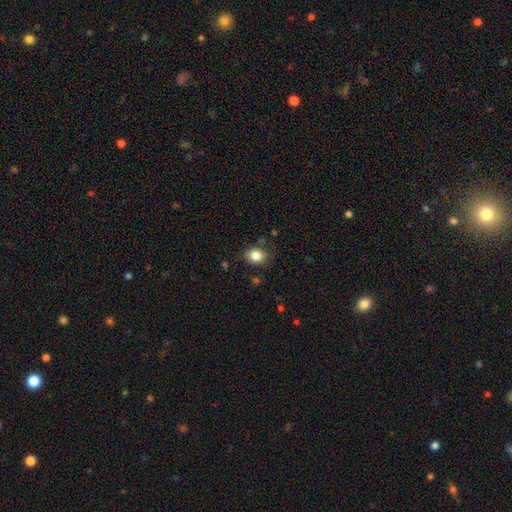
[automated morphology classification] smooth_or_featured: smooth (p=0.84) [alt: star or artifact p=0.10]
how_rounded: round (p=0.58) [alt: in between p=0.41]
merging: none (p=0.80) [alt: minor disturbance p=0.14]